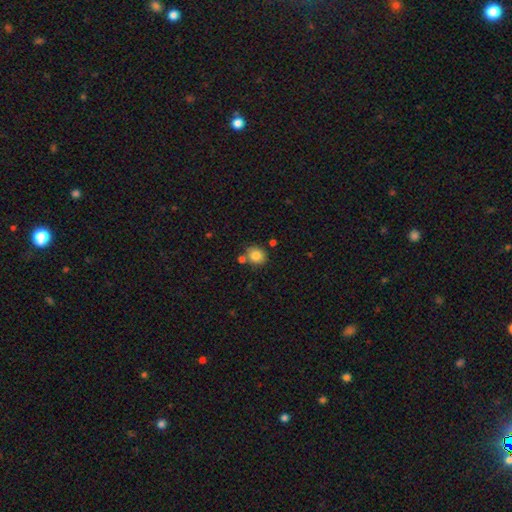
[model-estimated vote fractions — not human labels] smooth 83%, star or artifact 10%, featured or disk 7%. Down the decision tree: how rounded — round (77%); merging — none (72%).